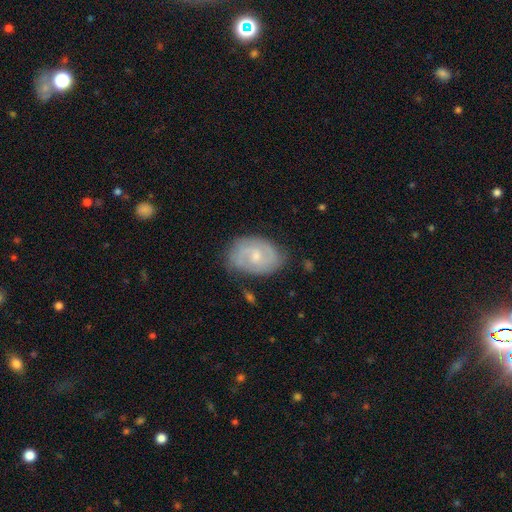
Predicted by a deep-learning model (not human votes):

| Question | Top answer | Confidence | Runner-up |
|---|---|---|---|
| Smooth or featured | featured or disk | 76% | smooth (18%) |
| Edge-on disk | no | 97% | yes (3%) |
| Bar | no | 52% | weak (43%) |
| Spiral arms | yes | 91% | no (9%) |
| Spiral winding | tight | 50% | medium (39%) |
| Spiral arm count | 2 | 69% | can't tell (18%) |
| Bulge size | small | 57% | moderate (38%) |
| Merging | none | 76% | minor disturbance (18%) |